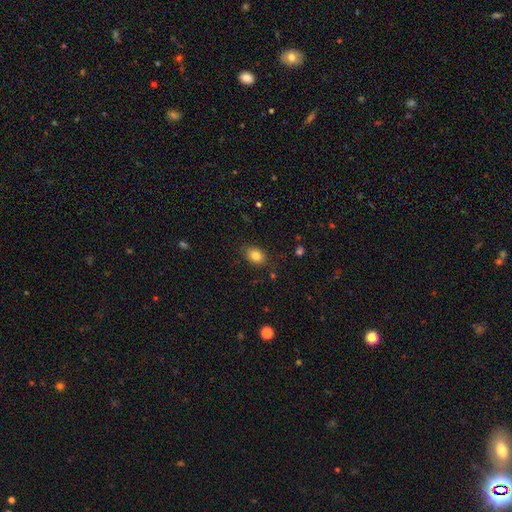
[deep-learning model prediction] This appears to be a smooth galaxy with no disk features (83%) that is in between round and cigar-shaped (74%). Merging: none (83%).